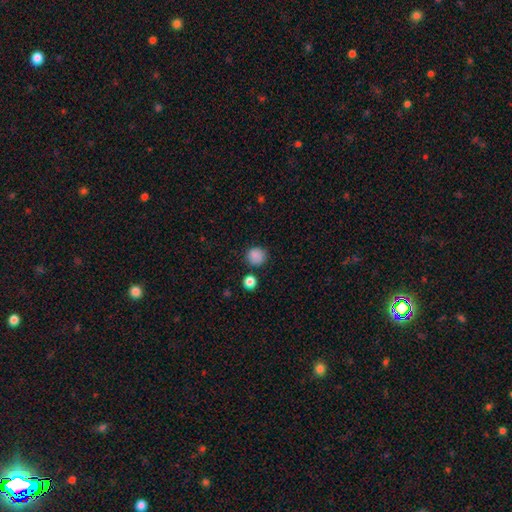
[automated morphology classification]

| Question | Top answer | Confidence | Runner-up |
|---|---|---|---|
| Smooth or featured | smooth | 86% | star or artifact (11%) |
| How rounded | round | 91% | in between (8%) |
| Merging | none | 82% | minor disturbance (10%) |